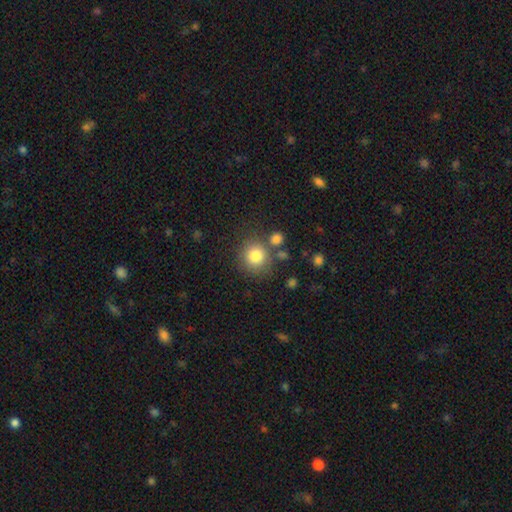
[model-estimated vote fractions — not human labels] Morphology: type=smooth (81%); roundness=round (90%); merging=none (74%).